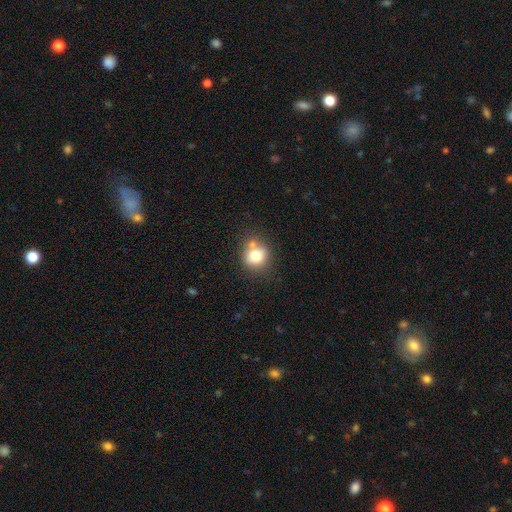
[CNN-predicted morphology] Overall: smooth (76%). How rounded: round (82%). Merging: none (60%; merger 21%).